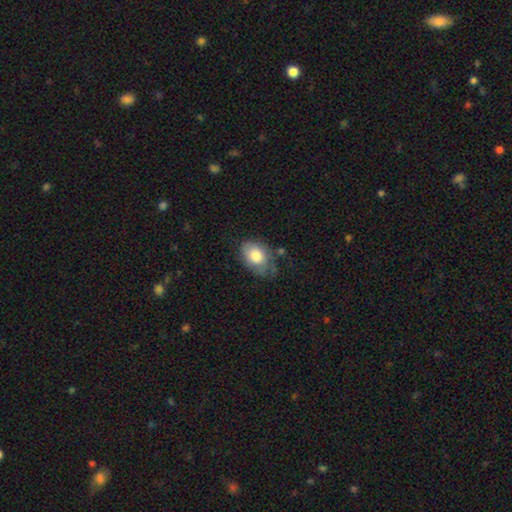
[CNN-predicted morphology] This appears to be a smooth galaxy with no disk features (72%) that is in between round and cigar-shaped (82%). Merging: none (52%).